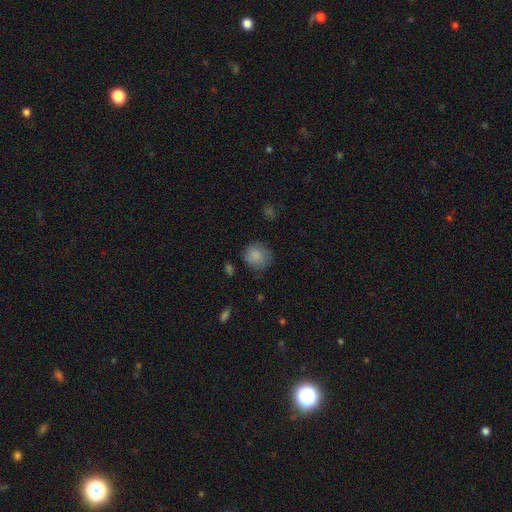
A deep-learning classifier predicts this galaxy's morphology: Overall: smooth (85%). How rounded: round (85%). Merging: none (71%).